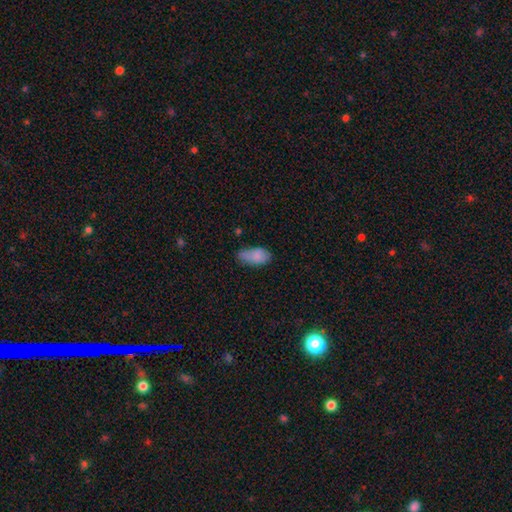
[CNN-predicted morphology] This is clearly a smooth galaxy (84%). How rounded: clearly in between (93%). Merging: possibly none (50%).